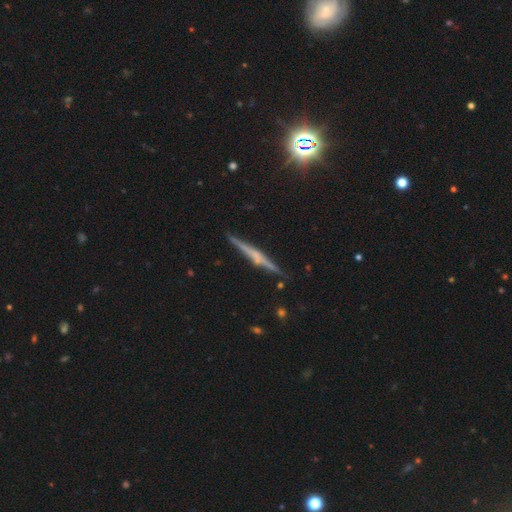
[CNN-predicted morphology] This appears to be a featured or disk galaxy (74%) viewed edge-on (98%) with a rounded central bulge (50%). Merging: none (89%).